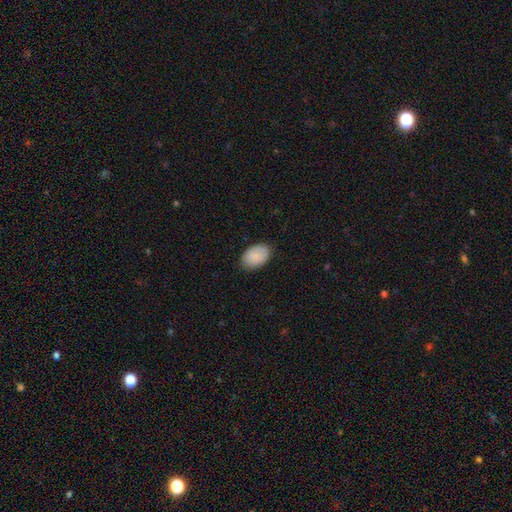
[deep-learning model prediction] Smooth or featured?
  - smooth: 88% *
  - star or artifact: 6%
  - featured or disk: 6%
How rounded?
  - in between: 89% *
  - round: 10%
  - cigar-shaped: 1%
Merging?
  - none: 83% *
  - minor disturbance: 14%
  - major disturbance: 2%
  - merger: 1%